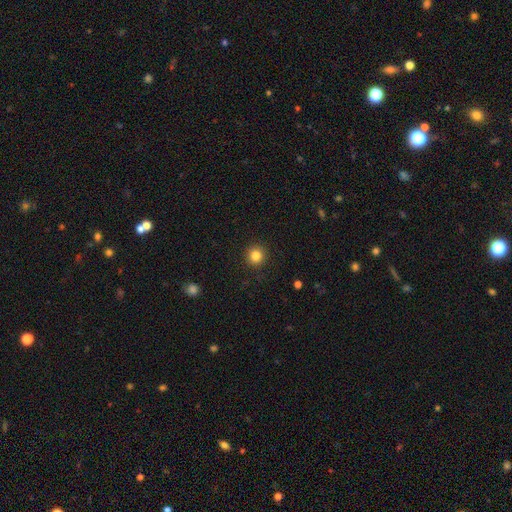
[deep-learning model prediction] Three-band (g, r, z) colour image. It shows a smooth galaxy with no disk features (84%) that is round (94%). Merging: none (92%).